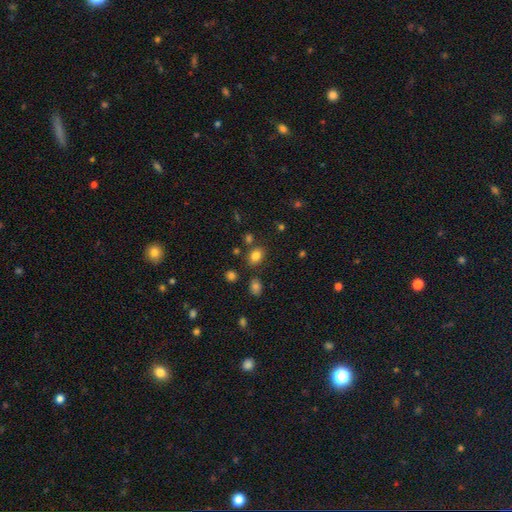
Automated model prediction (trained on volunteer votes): A smooth galaxy with no disk features (81%) that is in between round and cigar-shaped (68%). Merging: none (77%).